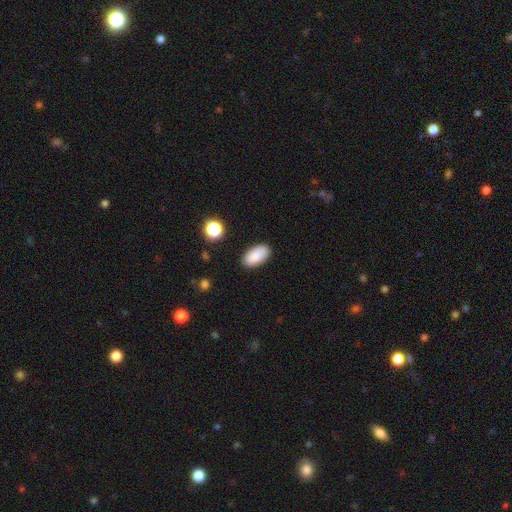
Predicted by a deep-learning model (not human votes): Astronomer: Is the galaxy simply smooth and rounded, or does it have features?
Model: smooth — 88%.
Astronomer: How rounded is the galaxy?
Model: in between — 94%.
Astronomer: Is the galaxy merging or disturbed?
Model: none — 87%.